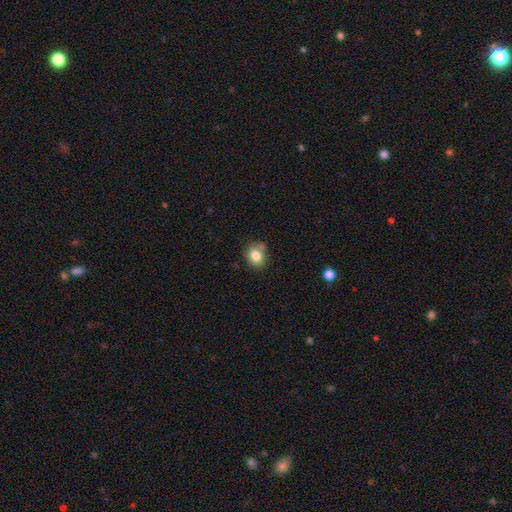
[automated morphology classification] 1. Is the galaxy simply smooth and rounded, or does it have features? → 81% smooth, 10% star or artifact, 9% featured or disk.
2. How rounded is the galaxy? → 61% round, 38% in between, 1% cigar-shaped.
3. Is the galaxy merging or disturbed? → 69% none, 16% minor disturbance, 11% merger, 4% major disturbance.